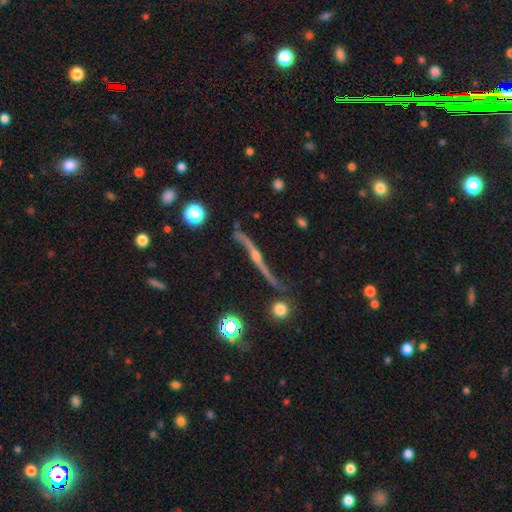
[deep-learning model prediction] A featured or disk galaxy (66%) viewed edge-on (90%) with a rounded central bulge (79%).

Vote fractions:
- Smooth or featured? featured or disk: 66% / star or artifact: 19% / smooth: 15%
- Edge-on disk? yes: 90% / no: 10%
- Edge-on bulge? rounded: 79% / none: 13% / boxy: 8%
- Merging? none: 78% / minor disturbance: 11% / merger: 6% / major disturbance: 5%